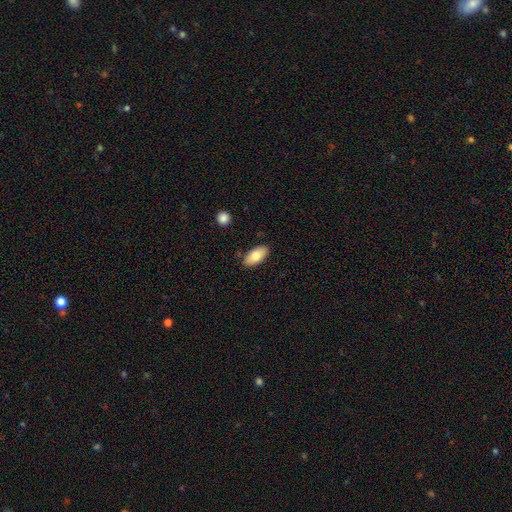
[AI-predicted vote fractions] The model was most divided on "smooth or featured": smooth: 78%, featured or disk: 15%, star or artifact: 7%. More confident: how rounded — in between (92%); merging — none (85%).